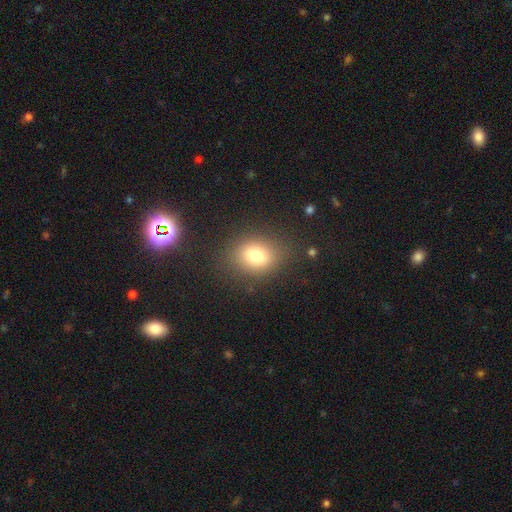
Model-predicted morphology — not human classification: This is likely a smooth galaxy (77%). How rounded: possibly in between (51%). Merging: clearly none (80%).